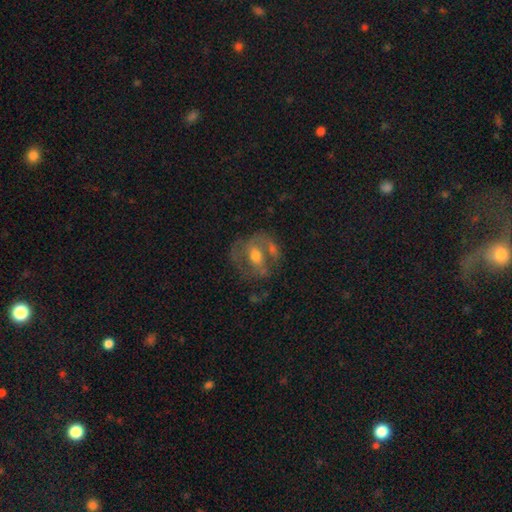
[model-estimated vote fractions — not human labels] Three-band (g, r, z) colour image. It shows a featured or disk galaxy (60%) with no bar (49%), no spiral arms (57%) and a moderate central bulge (70%). Merging: none (49%).